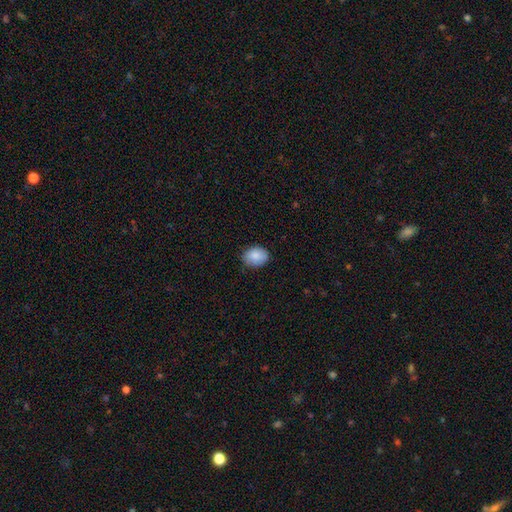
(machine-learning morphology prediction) smooth-or-featured: smooth: 87% | star or artifact: 7% | featured or disk: 6%
  how-rounded: in between: 61% | round: 38% | cigar-shaped: 1%
  merging: none: 80% | minor disturbance: 16% | major disturbance: 3% | merger: 1%